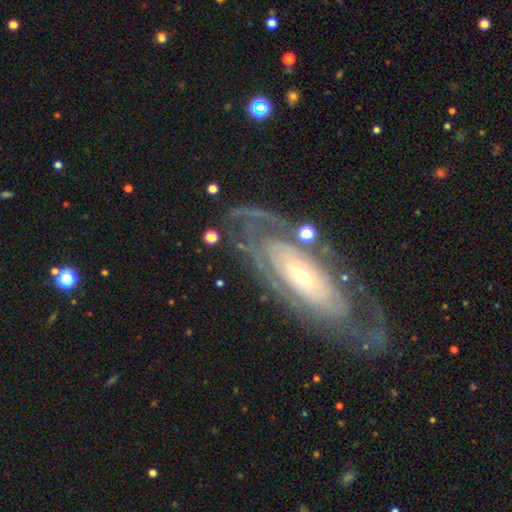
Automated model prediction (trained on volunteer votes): Smooth or featured?
  - featured or disk: 81% *
  - smooth: 13%
  - star or artifact: 6%
Edge-on disk?
  - no: 88% *
  - yes: 12%
Bar?
  - no: 75% *
  - weak: 16%
  - strong: 9%
Spiral arms?
  - yes: 80% *
  - no: 20%
Spiral winding?
  - tight: 71% *
  - medium: 21%
  - loose: 8%
Spiral arm count?
  - can't tell: 47% *
  - 2: 27%
  - 3: 8%
  - 1: 6%
  - 4: 6%
  - more than 4: 5%
Bulge size?
  - small: 69% *
  - moderate: 25%
  - large: 4%
  - dominant: 2%
  - none: 1%
Merging?
  - none: 75% *
  - minor disturbance: 14%
  - major disturbance: 9%
  - merger: 2%